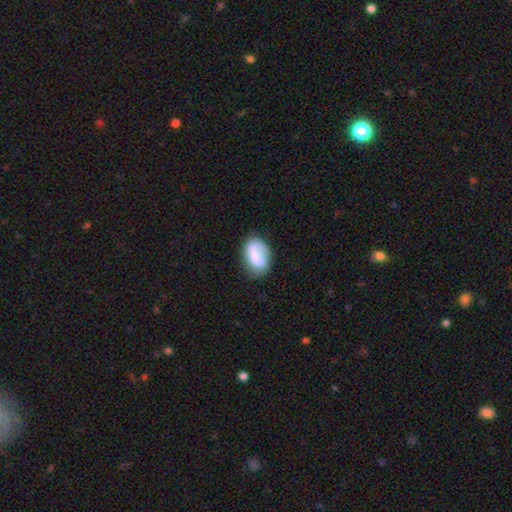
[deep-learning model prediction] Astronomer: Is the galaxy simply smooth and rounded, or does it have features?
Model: smooth — 73%.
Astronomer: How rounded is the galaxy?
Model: in between — 85%.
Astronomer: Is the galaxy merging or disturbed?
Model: none — 63%.